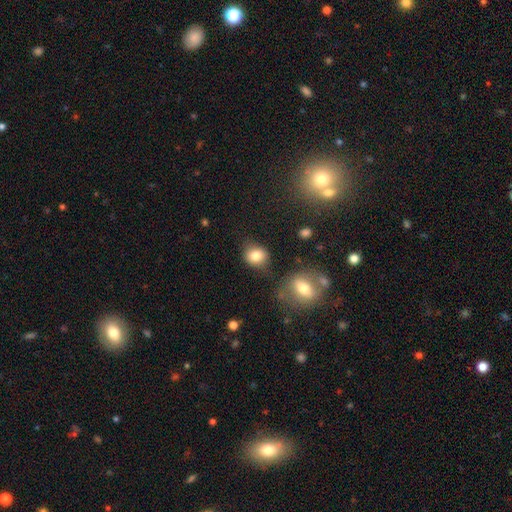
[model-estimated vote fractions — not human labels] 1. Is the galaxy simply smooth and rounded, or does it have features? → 81% smooth, 10% star or artifact, 9% featured or disk.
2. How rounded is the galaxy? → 62% round, 36% in between, 1% cigar-shaped.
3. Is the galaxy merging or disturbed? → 73% none, 16% minor disturbance, 6% merger, 5% major disturbance.